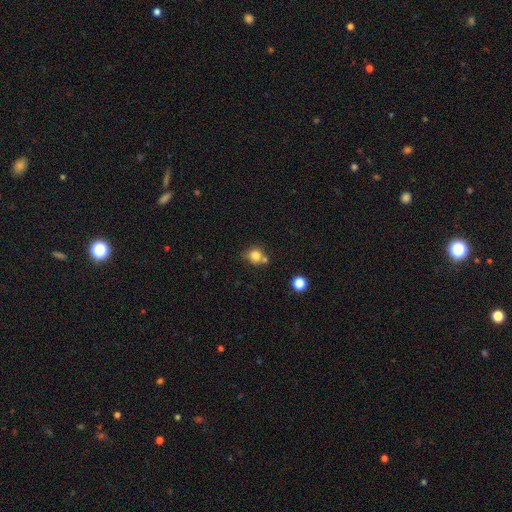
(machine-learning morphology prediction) Smooth or featured: smooth — 80% (star or artifact — 12%)
How rounded: round — 80% (in between — 19%)
Merging: none — 56% (merger — 24%)